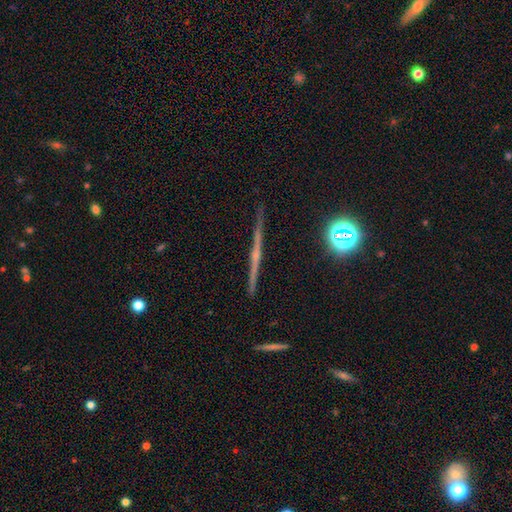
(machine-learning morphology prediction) Overall: featured or disk (71%). Edge-on disk: yes (98%). Edge-on bulge: none (49%; rounded 42%). Merging: none (91%).